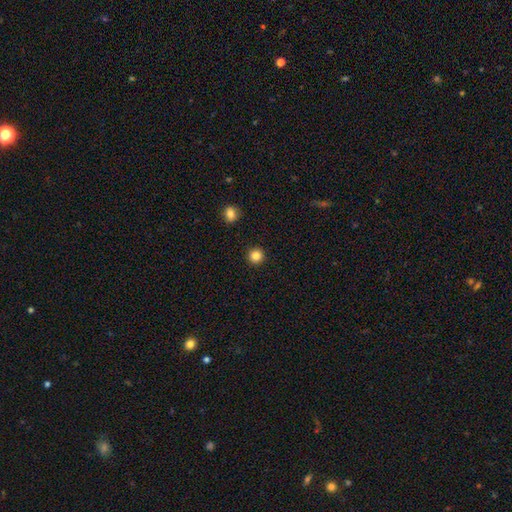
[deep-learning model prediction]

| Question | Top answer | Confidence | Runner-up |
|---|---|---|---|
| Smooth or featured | smooth | 86% | star or artifact (11%) |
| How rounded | round | 95% | in between (4%) |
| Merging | none | 93% | minor disturbance (4%) |